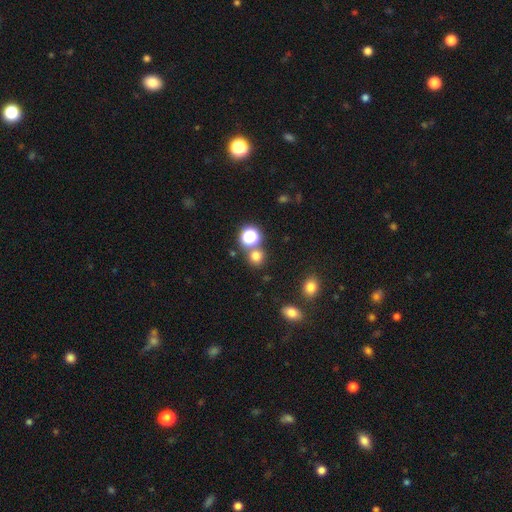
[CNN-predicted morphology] The model was most divided on "smooth or featured": smooth: 71%, star or artifact: 22%, featured or disk: 6%. More confident: how rounded — round (88%); merging — none (72%).